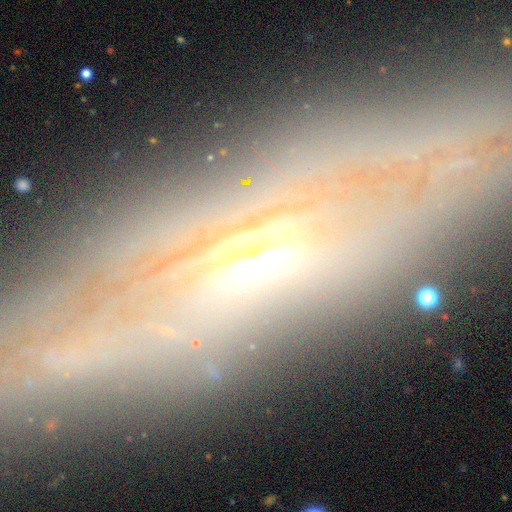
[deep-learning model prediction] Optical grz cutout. It shows a featured or disk galaxy (65%). Merging: none (71%).